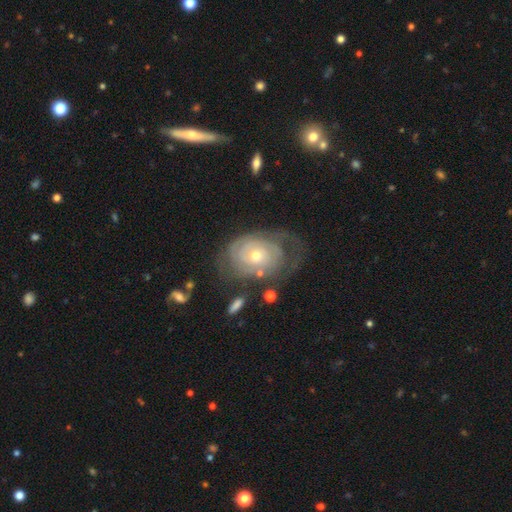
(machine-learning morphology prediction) type=featured or disk (78%); edge-on=no (96%); bar=no (82%); spiral arms=yes (83%); winding=tight (74%); arm count=can't tell (48%); bulge=small (51%); merging=none (52%).